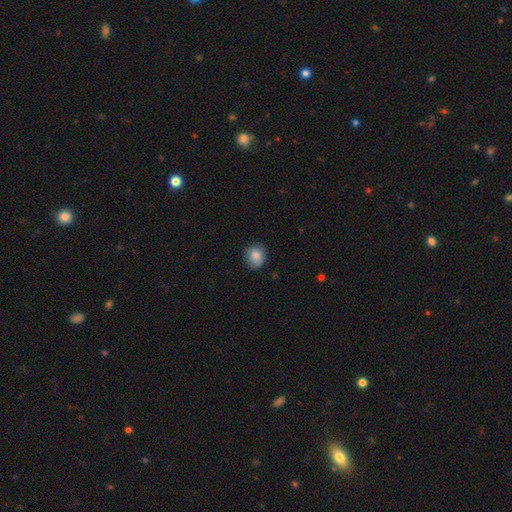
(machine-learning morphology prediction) type=smooth (84%); roundness=round (77%); merging=none (80%).